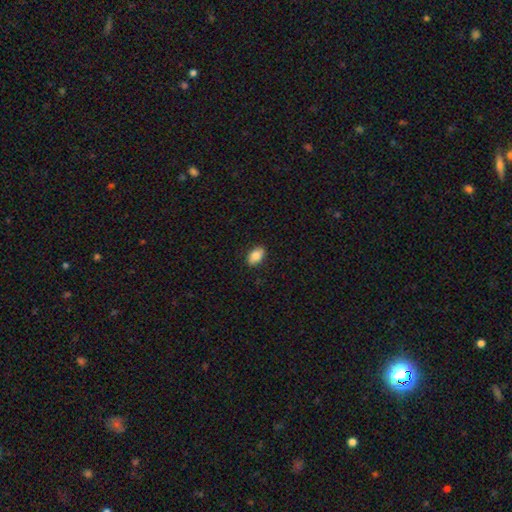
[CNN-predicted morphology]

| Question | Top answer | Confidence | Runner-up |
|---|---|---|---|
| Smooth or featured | smooth | 85% | featured or disk (8%) |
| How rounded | in between | 90% | round (7%) |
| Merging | none | 87% | minor disturbance (10%) |